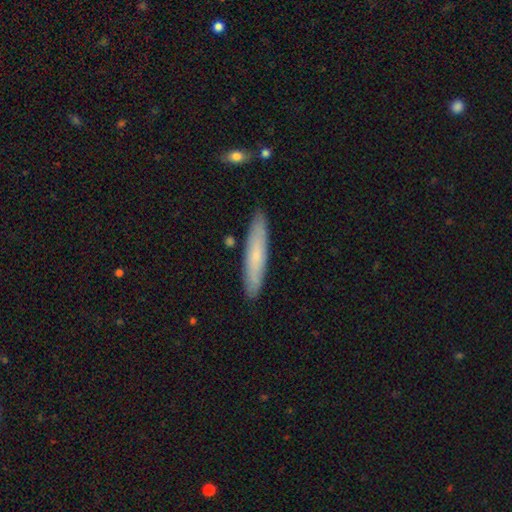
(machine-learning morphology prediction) Smooth or featured? Predicted: smooth (p=0.65). How rounded? Predicted: cigar-shaped (p=0.89). Merging? Predicted: none (p=0.88).